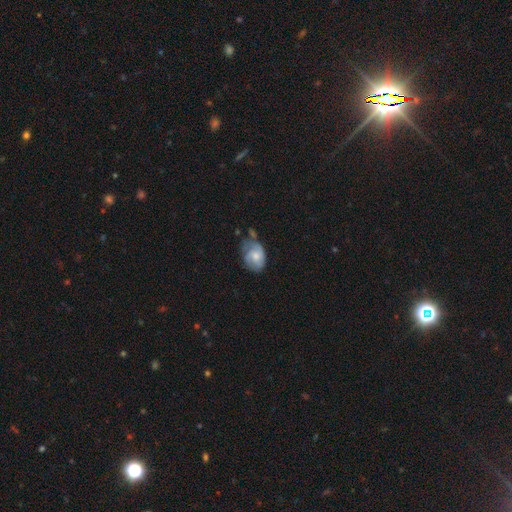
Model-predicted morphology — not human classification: Smooth or featured? Predicted: featured or disk (p=0.47). Merging? Predicted: none (p=0.42).